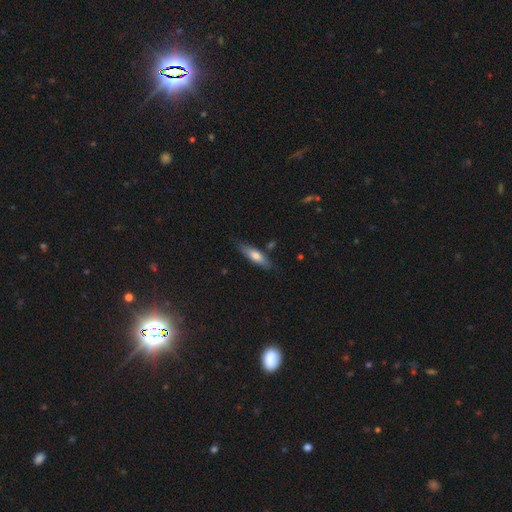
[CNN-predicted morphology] Smooth or featured? Predicted: smooth (p=0.63). How rounded? Predicted: cigar-shaped (p=0.62). Merging? Predicted: none (p=0.79).